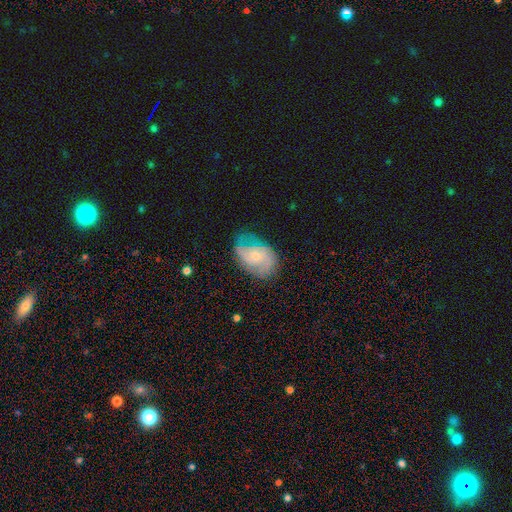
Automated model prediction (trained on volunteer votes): Overall: featured or disk (71%). Edge-on disk: no (97%). Bar: no (73%). Spiral arms: yes (88%). Spiral arm count: 2 (41%; can't tell 33%). Spiral winding: tight (51%; medium 37%). Bulge size: small (64%; moderate 31%). Merging: none (58%; minor disturbance 28%).